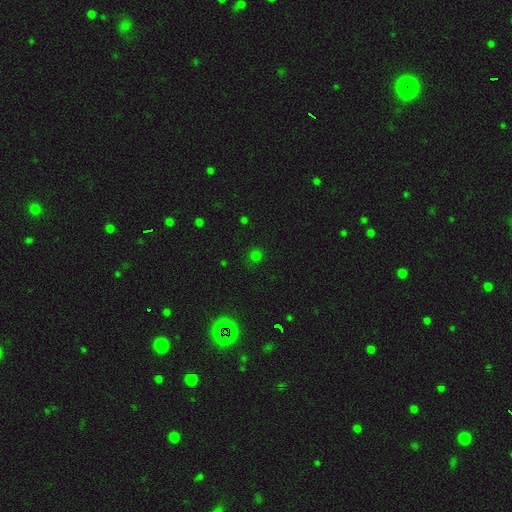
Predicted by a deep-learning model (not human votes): Morphology: type=smooth (65%); roundness=round (91%); merging=none (85%).